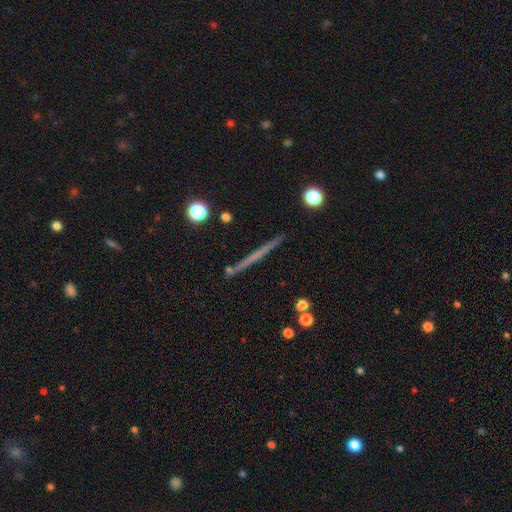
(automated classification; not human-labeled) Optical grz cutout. It shows a featured or disk galaxy (58%) viewed edge-on (98%) with no central bulge (88%). Merging: none (91%).